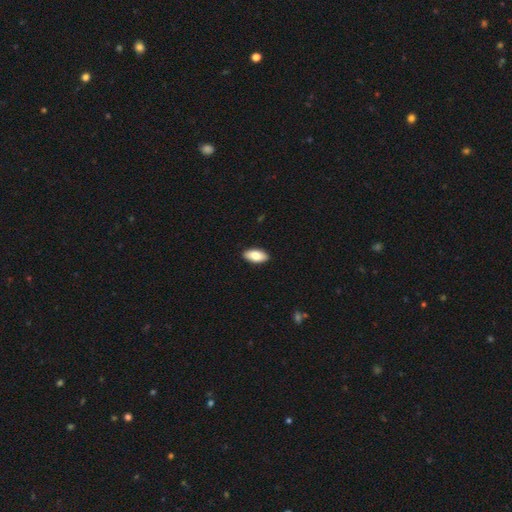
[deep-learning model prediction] Overall: smooth (83%). How rounded: in between (92%). Merging: none (91%).